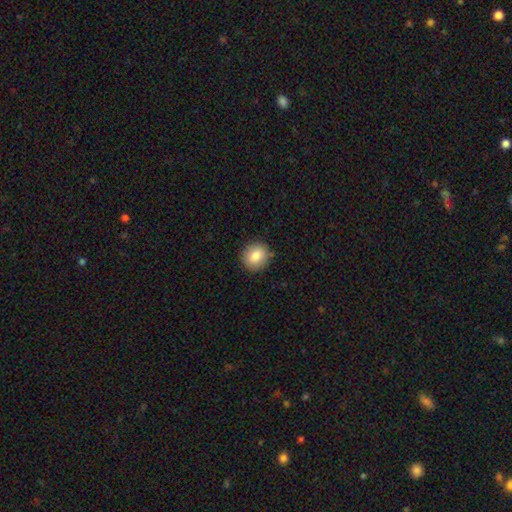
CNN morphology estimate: Overall: smooth (83%). How rounded: round (87%). Merging: none (88%).